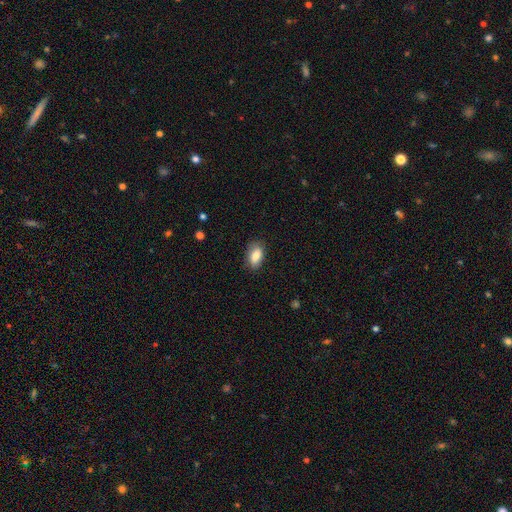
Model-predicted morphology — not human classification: smooth 84%, featured or disk 9%, star or artifact 7%. Down the decision tree: how rounded — in between (90%); merging — none (78%).